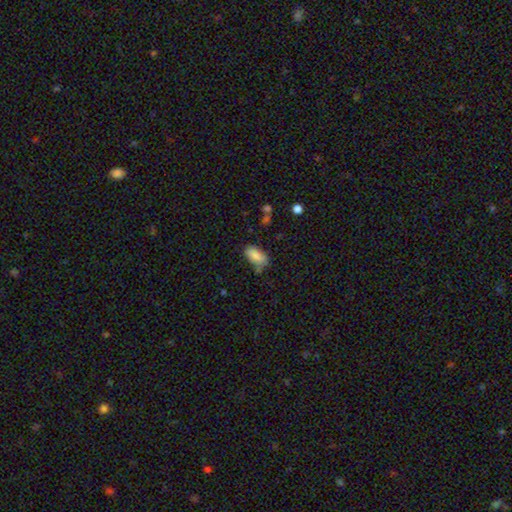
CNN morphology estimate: The model was most divided on "merging": none: 60%, minor disturbance: 27%, major disturbance: 7%, merger: 6%. More confident: how rounded — in between (91%); smooth or featured — smooth (84%).